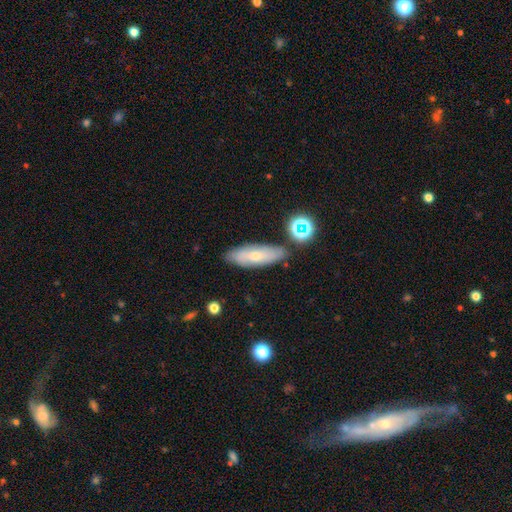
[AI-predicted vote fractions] Q: Smooth or featured?
A: smooth (57%); runner-up: featured or disk (33%)
Q: How rounded?
A: in between (55%); runner-up: cigar-shaped (42%)
Q: Merging?
A: none (79%); runner-up: minor disturbance (13%)